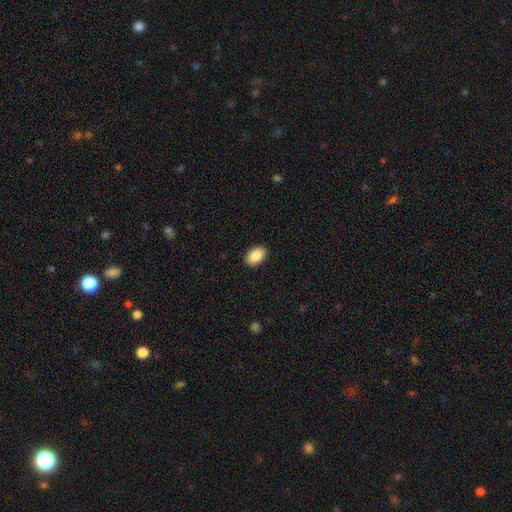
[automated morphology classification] type=smooth (88%); roundness=in between (90%); merging=none (90%).